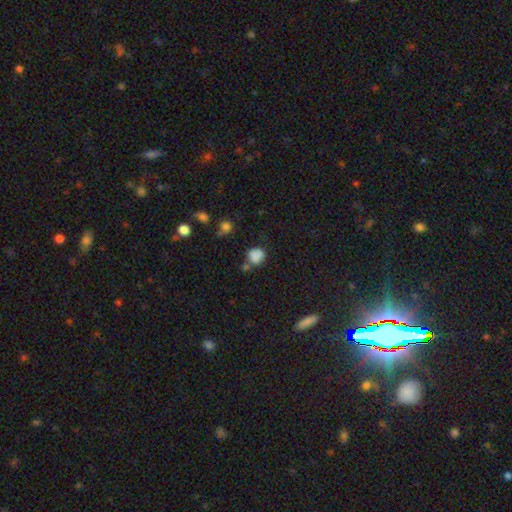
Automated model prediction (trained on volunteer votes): Overall: smooth (81%). How rounded: round (76%). Merging: none (56%; minor disturbance 21%).